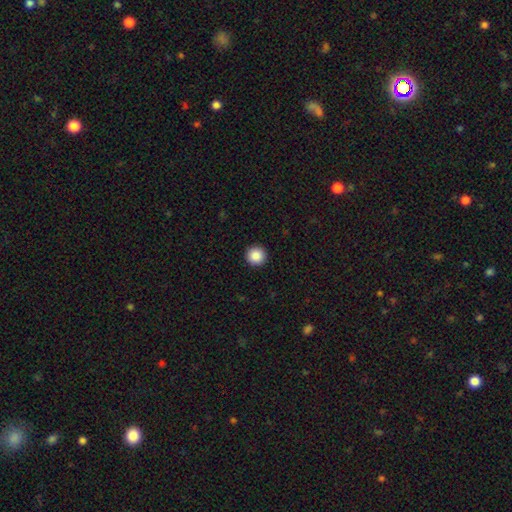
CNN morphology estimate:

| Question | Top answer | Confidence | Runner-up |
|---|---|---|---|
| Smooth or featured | smooth | 88% | star or artifact (9%) |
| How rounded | round | 96% | in between (3%) |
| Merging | none | 93% | minor disturbance (4%) |